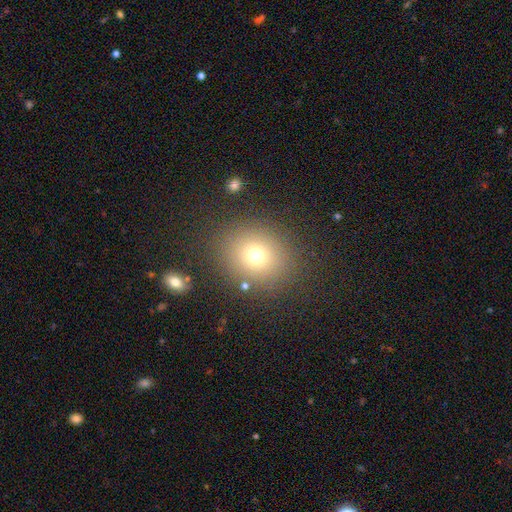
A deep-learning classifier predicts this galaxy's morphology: A smooth galaxy with no disk features (71%) that is round (75%). Merging: none (85%).